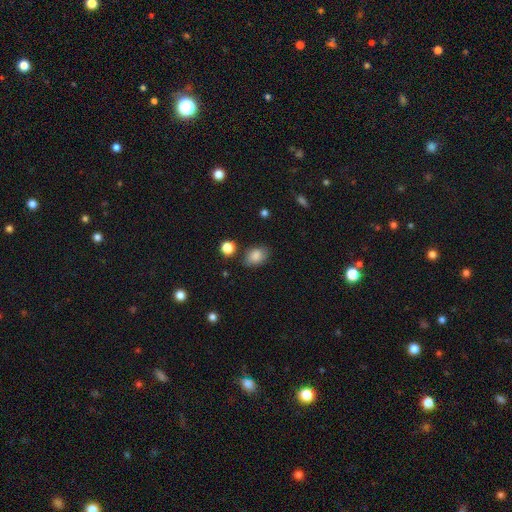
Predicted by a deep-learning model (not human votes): Smooth or featured? smooth (84%)
How rounded? in between (74%)
Merging? none (75%)